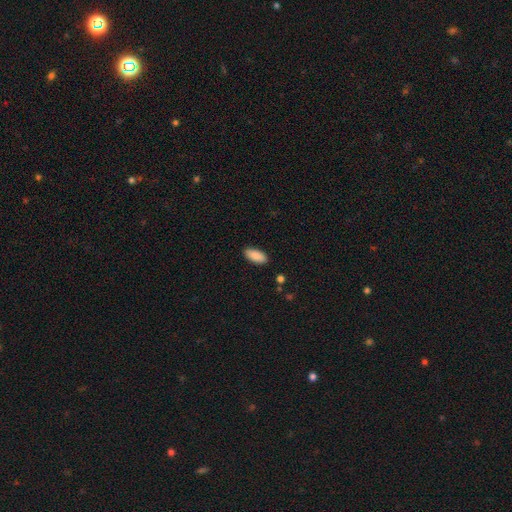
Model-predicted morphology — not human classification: Smooth or featured? smooth (90%)
How rounded? in between (90%)
Merging? none (89%)